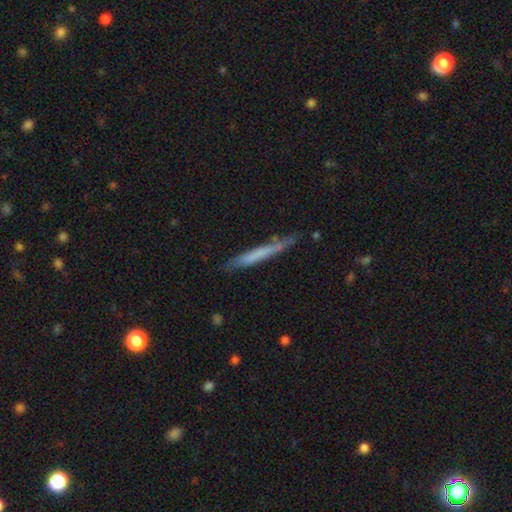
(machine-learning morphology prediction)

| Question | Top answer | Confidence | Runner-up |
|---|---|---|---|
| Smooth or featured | smooth | 52% | featured or disk (41%) |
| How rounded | cigar-shaped | 96% | in between (3%) |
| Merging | none | 81% | minor disturbance (14%) |